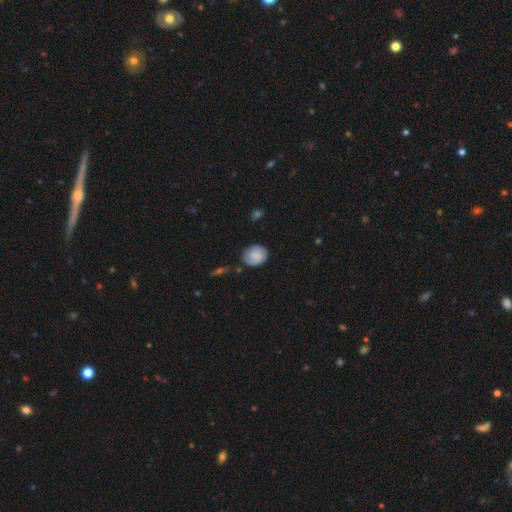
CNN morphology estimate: Smooth or featured?
  - smooth: 74% *
  - featured or disk: 19%
  - star or artifact: 7%
How rounded?
  - round: 54% *
  - in between: 45%
  - cigar-shaped: 1%
Merging?
  - none: 77% *
  - minor disturbance: 18%
  - major disturbance: 3%
  - merger: 2%